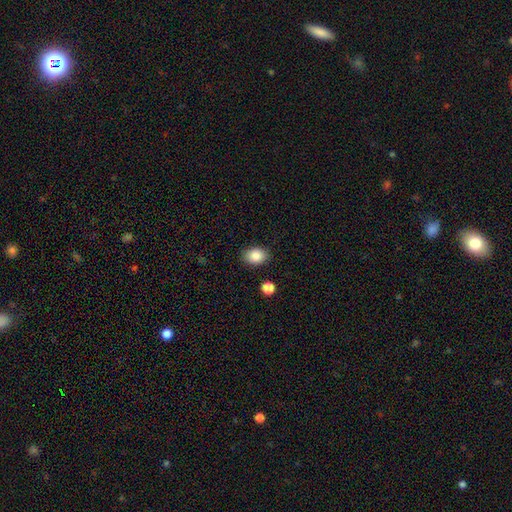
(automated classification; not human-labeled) Smooth or featured? Predicted: smooth (p=0.86). How rounded? Predicted: in between (p=0.72). Merging? Predicted: none (p=0.87).